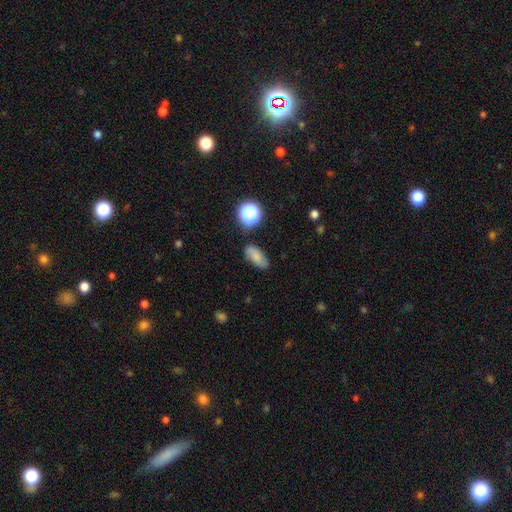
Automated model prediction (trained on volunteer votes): This appears to be a smooth galaxy with no disk features (67%) that is in between round and cigar-shaped (84%). Merging: none (75%).